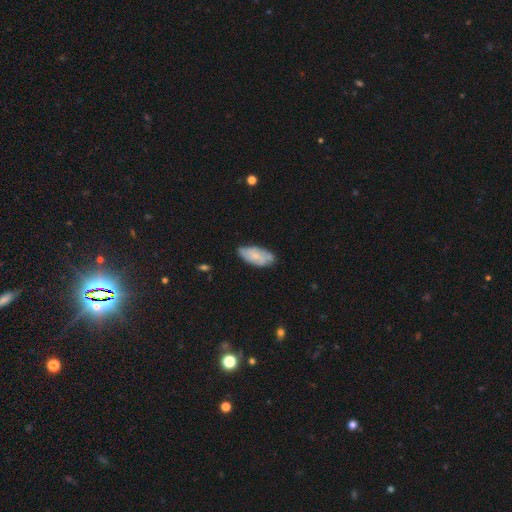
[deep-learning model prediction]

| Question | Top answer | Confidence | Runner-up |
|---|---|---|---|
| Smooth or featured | smooth | 47% | featured or disk (46%) |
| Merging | none | 60% | minor disturbance (30%) |